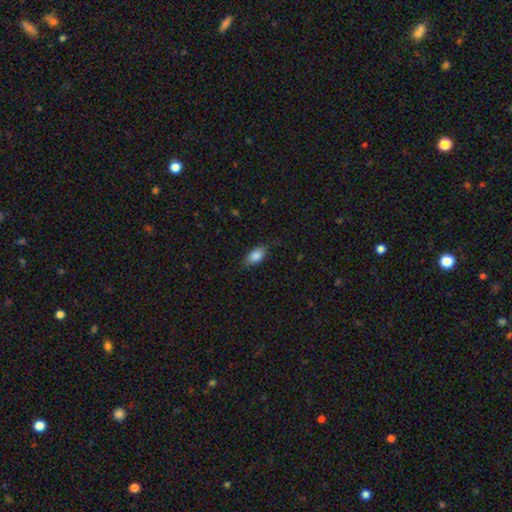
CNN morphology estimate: Smooth or featured: smooth — 86% (star or artifact — 7%)
How rounded: in between — 90% (cigar-shaped — 6%)
Merging: none — 80% (minor disturbance — 15%)